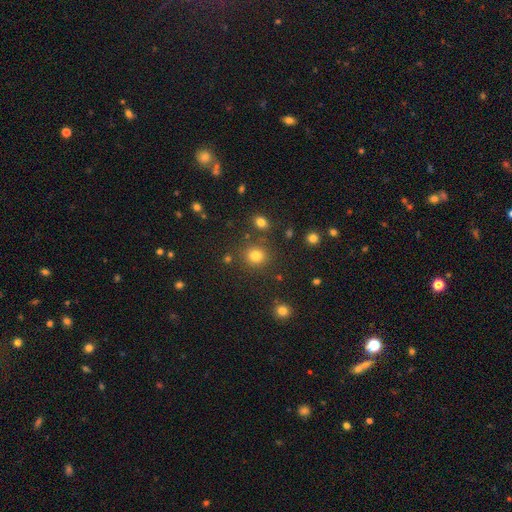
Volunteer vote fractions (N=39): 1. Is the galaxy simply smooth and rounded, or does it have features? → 92% smooth, 5% star or artifact, 3% featured or disk.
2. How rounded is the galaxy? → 86% round, 14% in between, 0% cigar-shaped.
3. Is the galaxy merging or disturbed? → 84% none, 11% minor disturbance, 3% major disturbance, 3% merger.